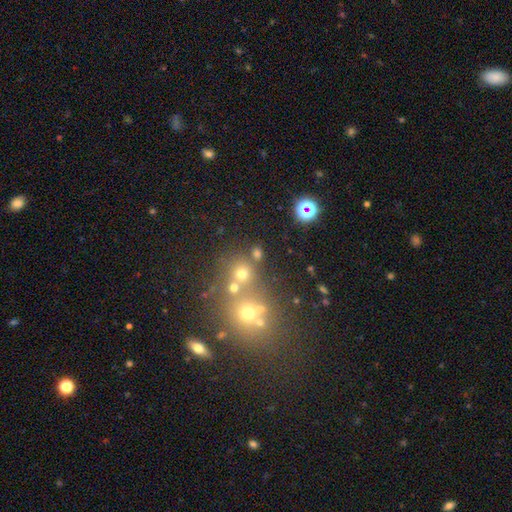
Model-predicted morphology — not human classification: Smooth or featured?
  - smooth: 61% *
  - star or artifact: 28%
  - featured or disk: 12%
How rounded?
  - round: 79% *
  - in between: 19%
  - cigar-shaped: 2%
Merging?
  - none: 64% *
  - merger: 23%
  - minor disturbance: 8%
  - major disturbance: 5%